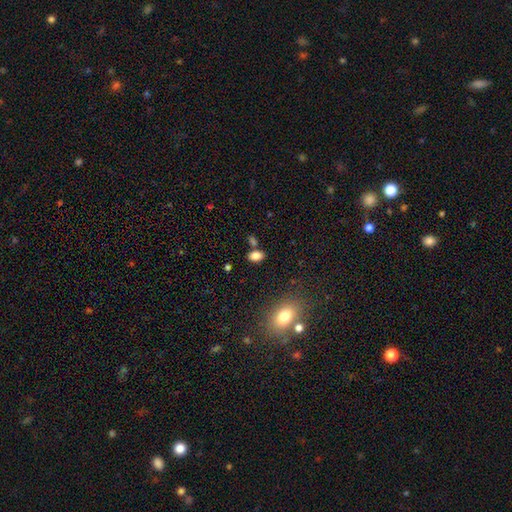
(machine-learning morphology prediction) The model was most divided on "merging": none: 74%, merger: 12%, minor disturbance: 11%, major disturbance: 3%. More confident: how rounded — in between (87%); smooth or featured — smooth (83%).